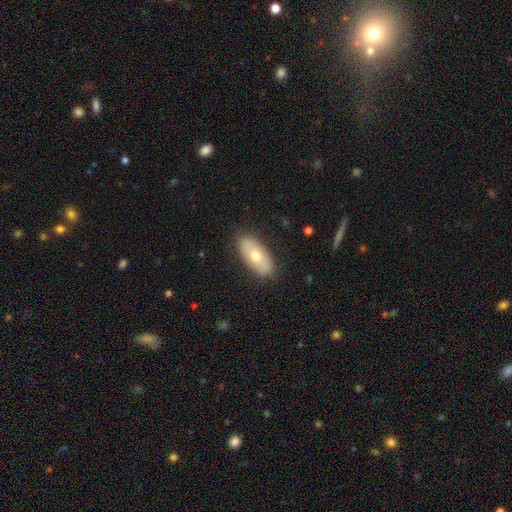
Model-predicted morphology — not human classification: smooth-or-featured: smooth: 64% | featured or disk: 29% | star or artifact: 6%
  how-rounded: in between: 88% | cigar-shaped: 8% | round: 3%
  merging: none: 85% | minor disturbance: 11% | major disturbance: 3% | merger: 1%